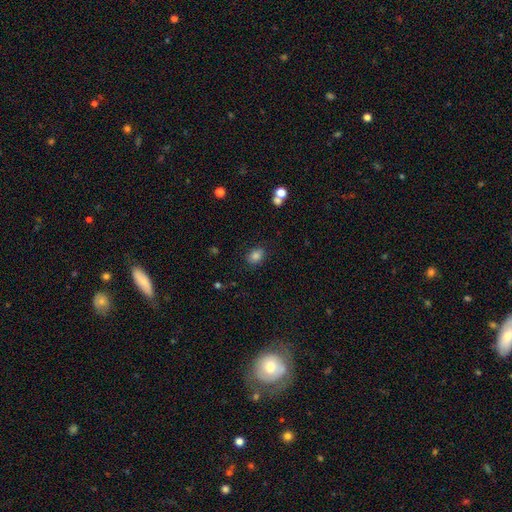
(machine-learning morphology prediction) Smooth or featured? Predicted: smooth (p=0.83). How rounded? Predicted: in between (p=0.65). Merging? Predicted: none (p=0.82).